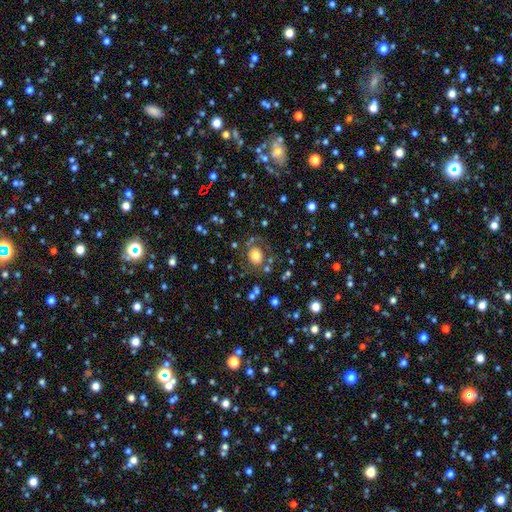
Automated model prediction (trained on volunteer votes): Overall: smooth (67%). How rounded: round (68%; in between 32%). Merging: none (70%).